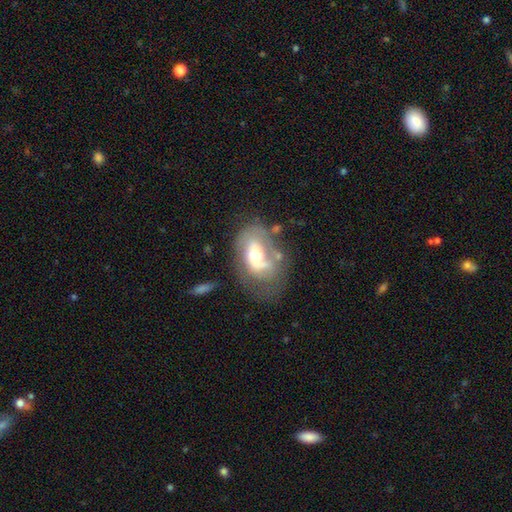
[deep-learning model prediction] A featured or disk galaxy (59%) with no bar (56%), spiral arms (59%) and a moderate central bulge (65%).

Vote fractions:
- Smooth or featured? featured or disk: 59% / smooth: 33% / star or artifact: 8%
- Edge-on disk? no: 94% / yes: 6%
- Bar? no: 56% / weak: 30% / strong: 15%
- Spiral arms? yes: 59% / no: 41%
- Bulge size? moderate: 65% / large: 17% / small: 14% / dominant: 2% / none: 1%
- Merging? none: 38% / major disturbance: 28% / minor disturbance: 25% / merger: 9%